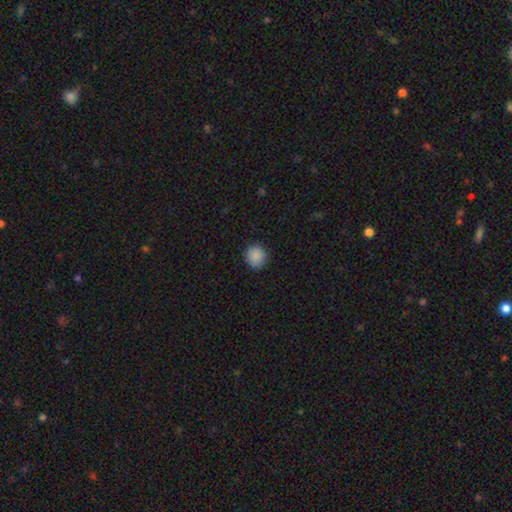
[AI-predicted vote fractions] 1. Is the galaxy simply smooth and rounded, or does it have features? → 88% smooth, 9% star or artifact, 3% featured or disk.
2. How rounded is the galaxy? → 86% round, 13% in between, 1% cigar-shaped.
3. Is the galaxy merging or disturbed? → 88% none, 9% minor disturbance, 2% major disturbance, 1% merger.